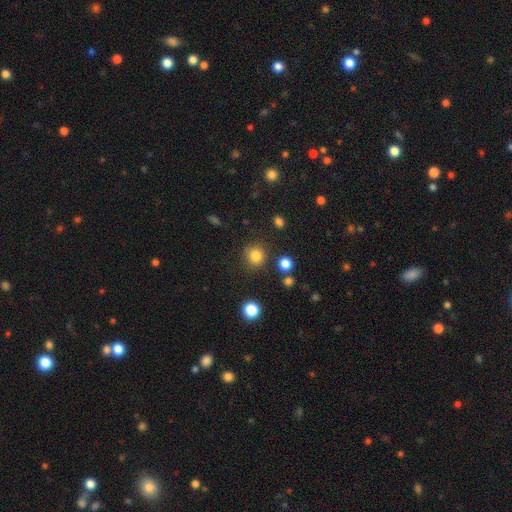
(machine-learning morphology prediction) type=smooth (82%); roundness=round (91%); merging=none (86%).